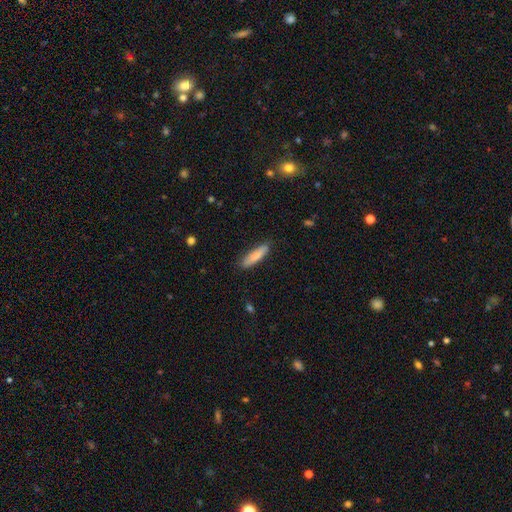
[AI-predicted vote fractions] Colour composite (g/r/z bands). It shows a smooth galaxy with no disk features (80%) that is cigar-shaped (76%). Merging: none (82%).